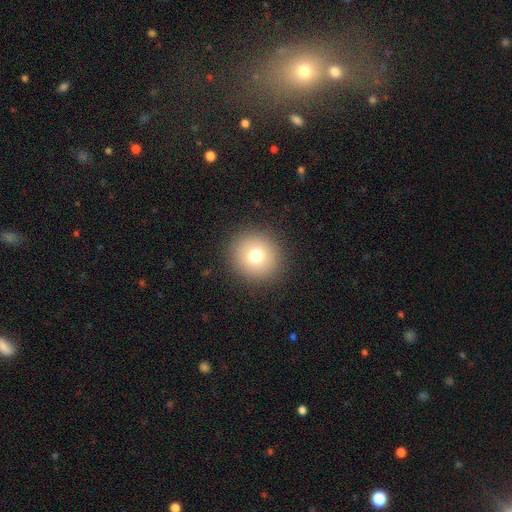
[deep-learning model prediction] Morphology: type=smooth (74%); roundness=round (93%); merging=none (91%).